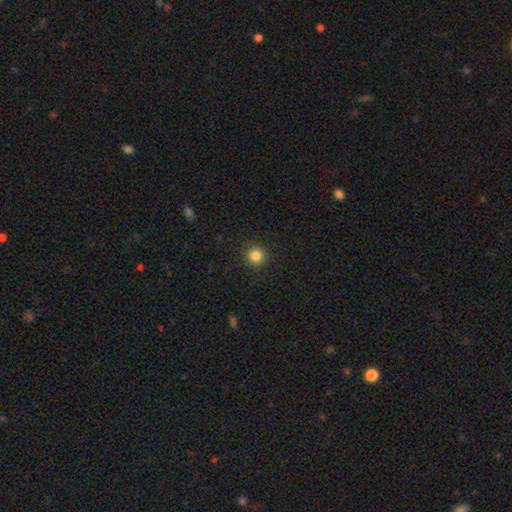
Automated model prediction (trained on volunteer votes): Morphology: type=smooth (85%); roundness=round (94%); merging=none (91%).